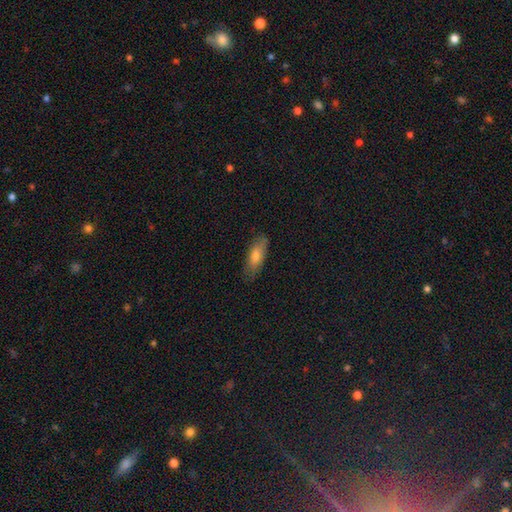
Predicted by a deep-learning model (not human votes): A smooth galaxy with no disk features (71%) that is in between round and cigar-shaped (63%). Merging: none (80%).